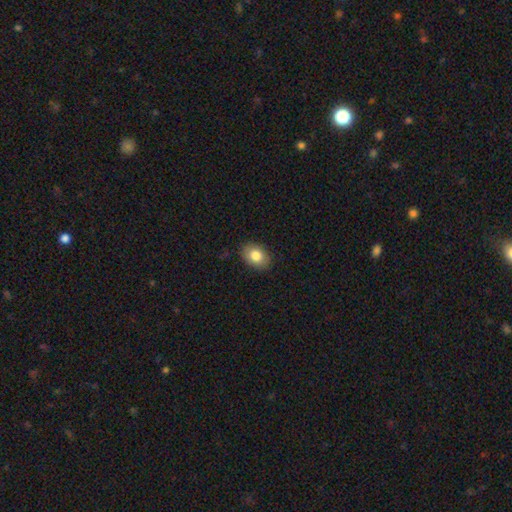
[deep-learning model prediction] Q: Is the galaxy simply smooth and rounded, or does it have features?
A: smooth — 82%.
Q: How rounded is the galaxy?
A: in between — 79%.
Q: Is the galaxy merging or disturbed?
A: none — 88%.